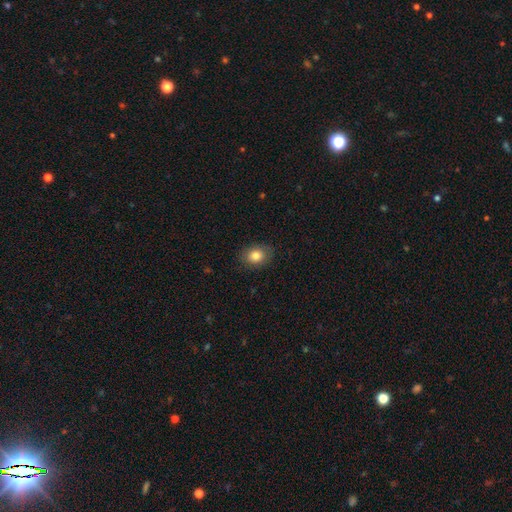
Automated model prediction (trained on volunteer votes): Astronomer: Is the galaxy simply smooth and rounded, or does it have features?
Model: smooth — 82%.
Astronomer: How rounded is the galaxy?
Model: in between — 61% (runner-up: round, 38%).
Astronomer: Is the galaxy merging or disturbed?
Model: none — 85%.